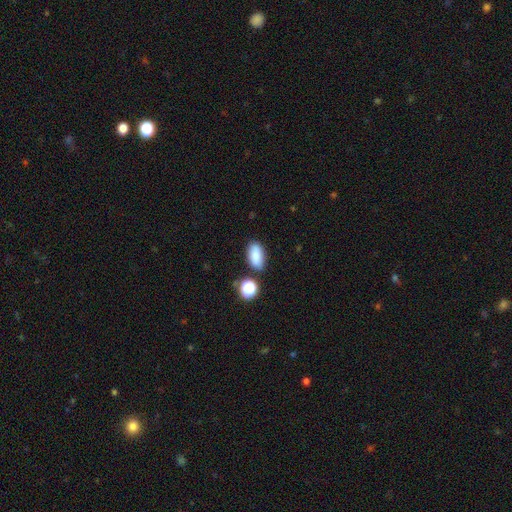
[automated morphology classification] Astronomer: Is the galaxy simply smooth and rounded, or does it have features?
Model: smooth — 84%.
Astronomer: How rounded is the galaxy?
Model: in between — 90%.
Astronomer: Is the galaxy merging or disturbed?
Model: none — 78%.